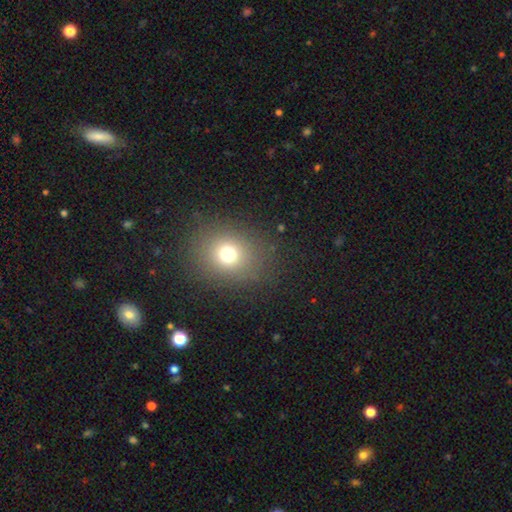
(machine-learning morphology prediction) smooth 66%, star or artifact 26%, featured or disk 9%. Down the decision tree: how rounded — round (70%); merging — none (90%).